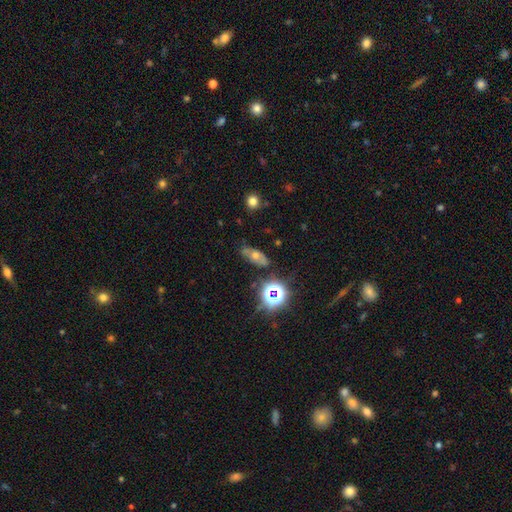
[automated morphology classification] type=star or artifact (35%).